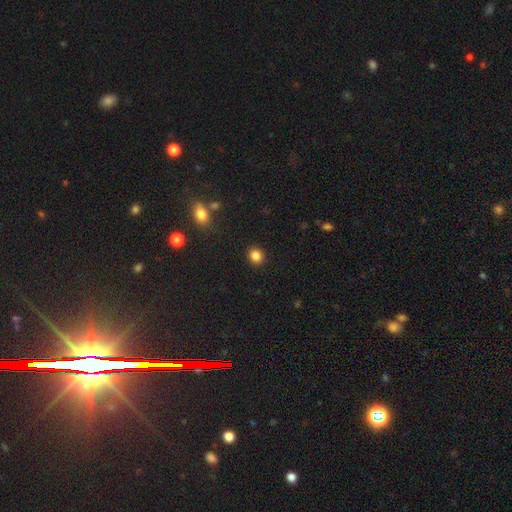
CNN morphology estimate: Smooth or featured: smooth — 84% (star or artifact — 11%)
How rounded: round — 75% (in between — 25%)
Merging: none — 91% (minor disturbance — 6%)